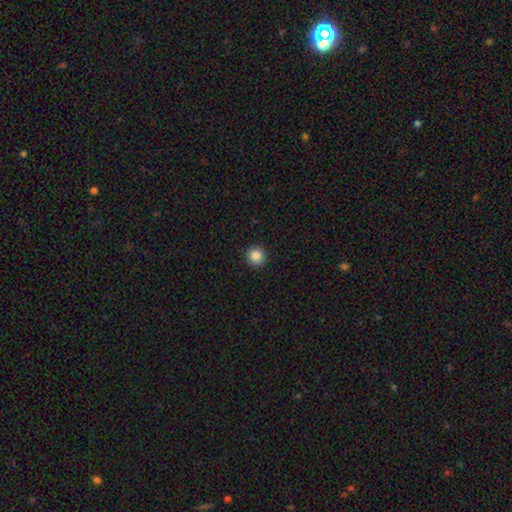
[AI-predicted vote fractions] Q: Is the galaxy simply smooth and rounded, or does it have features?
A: smooth — 87%.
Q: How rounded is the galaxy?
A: round — 94%.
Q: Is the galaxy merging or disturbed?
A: none — 92%.